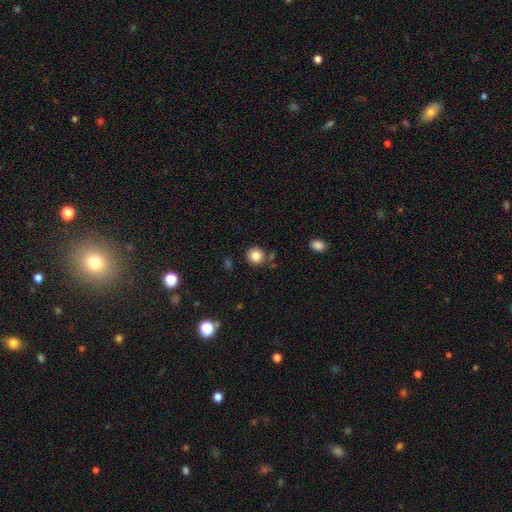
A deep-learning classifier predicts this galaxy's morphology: This appears to be a smooth galaxy with no disk features (83%) that is round (89%). Merging: none (81%).